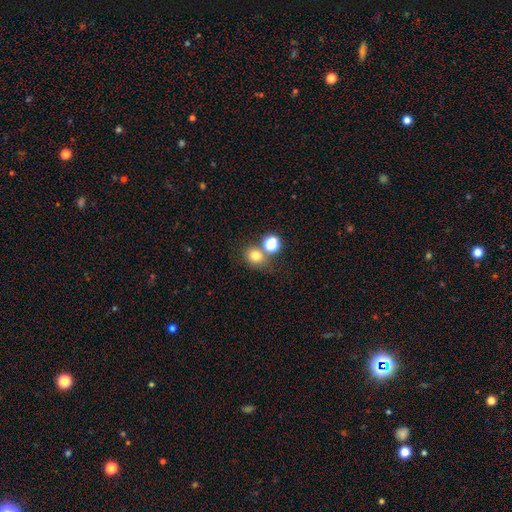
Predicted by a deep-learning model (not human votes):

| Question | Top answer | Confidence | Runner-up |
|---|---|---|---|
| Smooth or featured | smooth | 76% | star or artifact (16%) |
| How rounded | round | 75% | in between (24%) |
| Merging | none | 61% | merger (27%) |